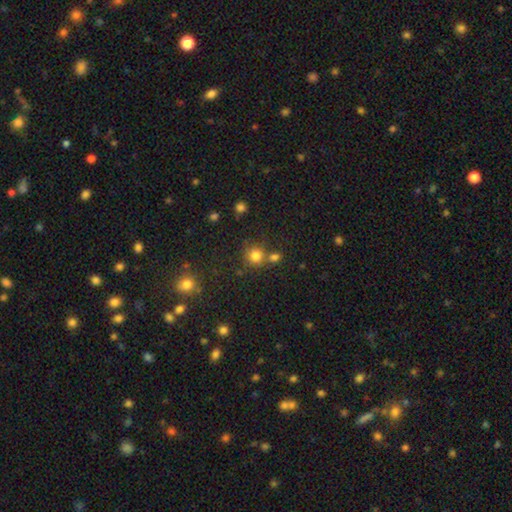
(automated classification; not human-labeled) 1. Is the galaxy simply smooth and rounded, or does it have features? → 80% smooth, 14% star or artifact, 6% featured or disk.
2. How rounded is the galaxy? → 88% round, 11% in between, 1% cigar-shaped.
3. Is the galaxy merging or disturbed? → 64% none, 21% merger, 10% minor disturbance, 4% major disturbance.